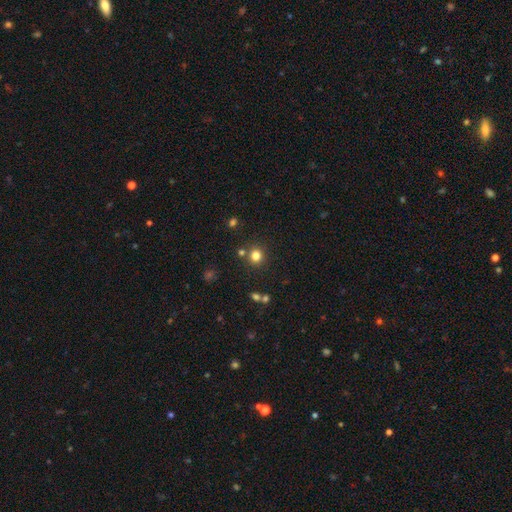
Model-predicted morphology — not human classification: A smooth galaxy with no disk features (80%) that is round (90%).

Vote fractions:
- Smooth or featured? smooth: 80% / star or artifact: 15% / featured or disk: 6%
- How rounded? round: 90% / in between: 9% / cigar-shaped: 1%
- Merging? none: 81% / merger: 8% / minor disturbance: 7% / major disturbance: 3%